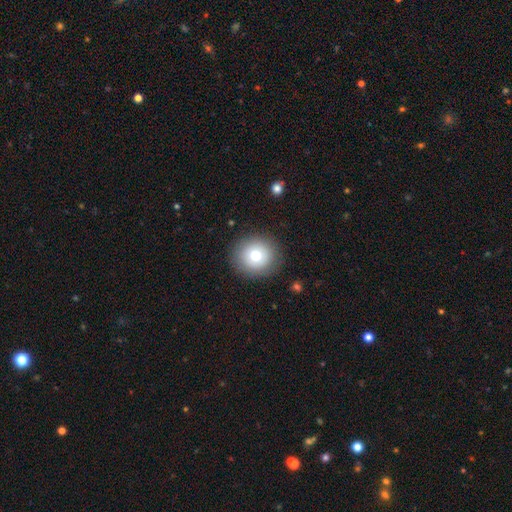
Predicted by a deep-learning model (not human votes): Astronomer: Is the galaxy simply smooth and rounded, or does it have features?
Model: smooth — 74%.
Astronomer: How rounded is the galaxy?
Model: round — 91%.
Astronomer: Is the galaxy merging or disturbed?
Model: none — 88%.